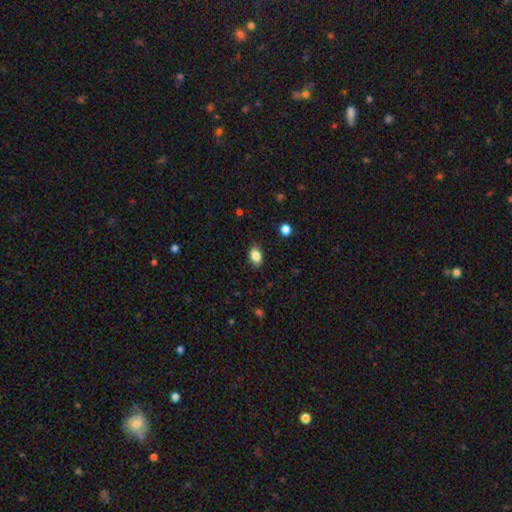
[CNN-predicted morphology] smooth_or_featured: smooth (p=0.86) [alt: star or artifact p=0.09]
how_rounded: in between (p=0.83) [alt: round p=0.16]
merging: none (p=0.87) [alt: minor disturbance p=0.10]